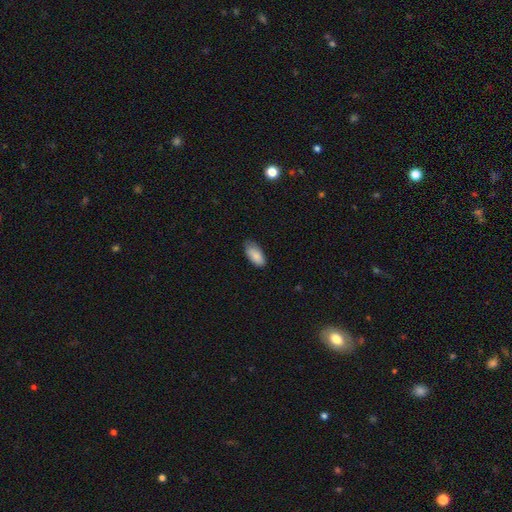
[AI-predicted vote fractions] smooth-or-featured: smooth: 87% | star or artifact: 7% | featured or disk: 6%
  how-rounded: in between: 92% | cigar-shaped: 6% | round: 2%
  merging: none: 70% | minor disturbance: 26% | major disturbance: 4% | merger: 1%